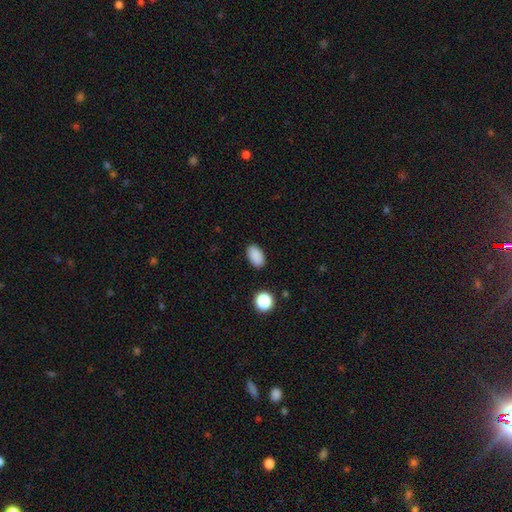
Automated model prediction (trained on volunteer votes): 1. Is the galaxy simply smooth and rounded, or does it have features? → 88% smooth, 9% star or artifact, 3% featured or disk.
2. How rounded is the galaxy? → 92% in between, 7% round, 2% cigar-shaped.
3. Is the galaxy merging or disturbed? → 89% none, 8% minor disturbance, 2% major disturbance, 1% merger.